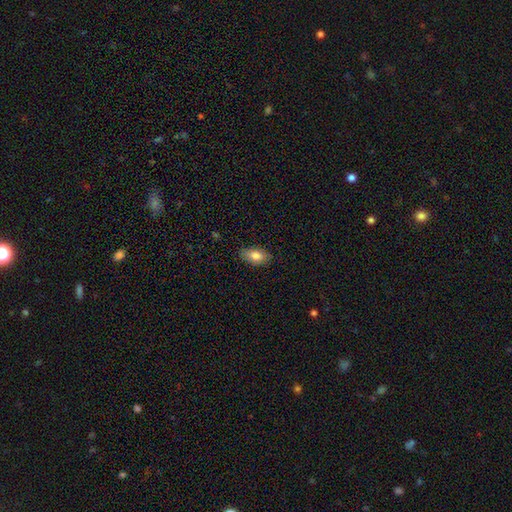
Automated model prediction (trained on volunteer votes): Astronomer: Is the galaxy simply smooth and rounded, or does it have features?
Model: smooth — 81%.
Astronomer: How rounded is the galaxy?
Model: in between — 90%.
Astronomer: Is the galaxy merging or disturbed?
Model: none — 82%.